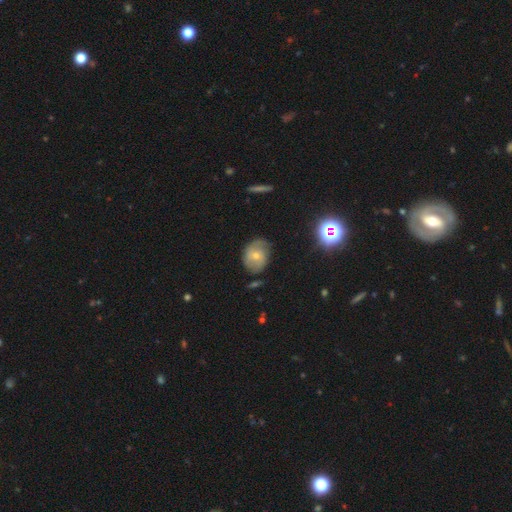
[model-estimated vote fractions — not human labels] smooth-or-featured: smooth: 47% | featured or disk: 43% | star or artifact: 11%
  merging: none: 62% | minor disturbance: 28% | major disturbance: 8% | merger: 3%